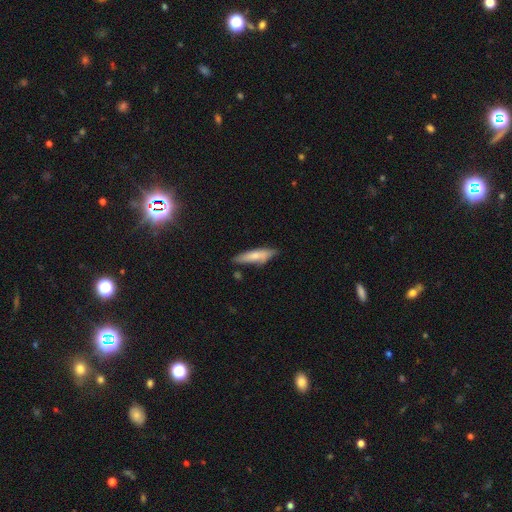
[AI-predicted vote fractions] This is likely a smooth galaxy (73%). How rounded: likely cigar-shaped (68%). Merging: likely none (71%).